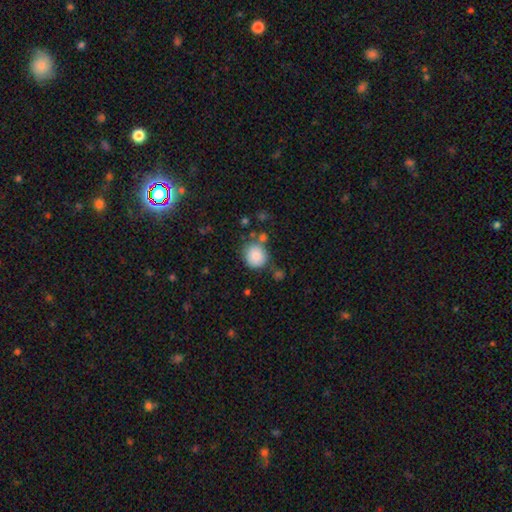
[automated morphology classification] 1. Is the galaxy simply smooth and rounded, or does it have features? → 85% smooth, 9% star or artifact, 6% featured or disk.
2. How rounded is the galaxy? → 84% round, 15% in between, 1% cigar-shaped.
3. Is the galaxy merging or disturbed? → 71% none, 15% minor disturbance, 9% merger, 5% major disturbance.